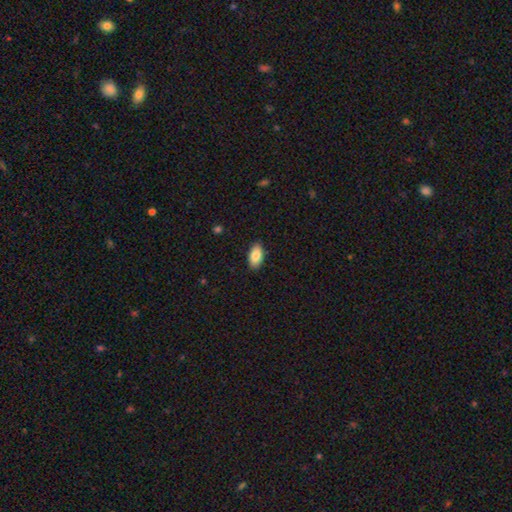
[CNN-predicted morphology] This appears to be a smooth galaxy with no disk features (86%) that is in between round and cigar-shaped (94%). Merging: none (89%).